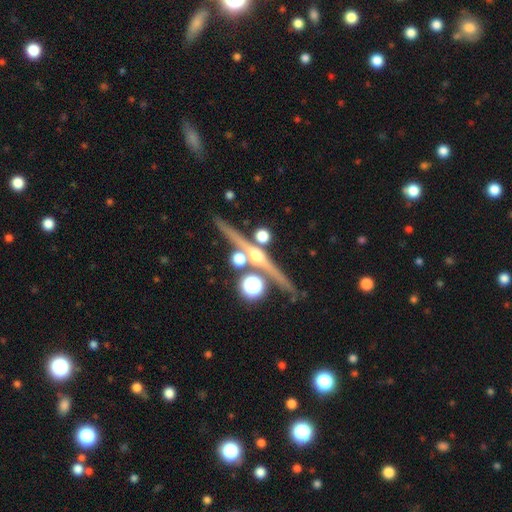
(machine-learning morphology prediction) smooth_or_featured: featured or disk (p=0.82) [alt: smooth p=0.09]
disk_edge_on: yes (p=0.97) [alt: no p=0.03]
edge_on_bulge: rounded (p=0.94) [alt: boxy p=0.03]
merging: none (p=0.84) [alt: merger p=0.07]